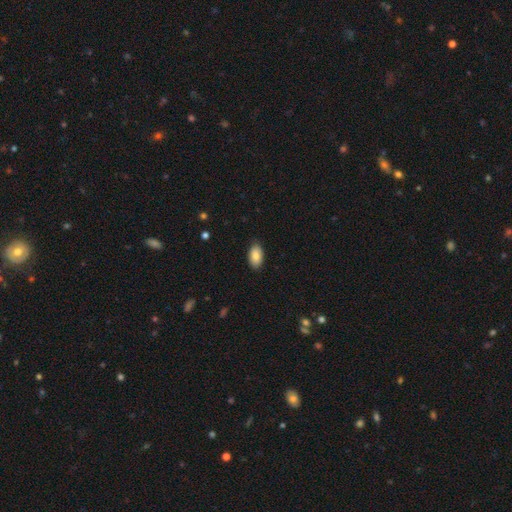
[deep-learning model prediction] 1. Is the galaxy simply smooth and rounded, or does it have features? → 87% smooth, 7% featured or disk, 7% star or artifact.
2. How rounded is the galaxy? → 94% in between, 4% round, 2% cigar-shaped.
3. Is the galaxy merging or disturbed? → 86% none, 11% minor disturbance, 2% major disturbance, 1% merger.